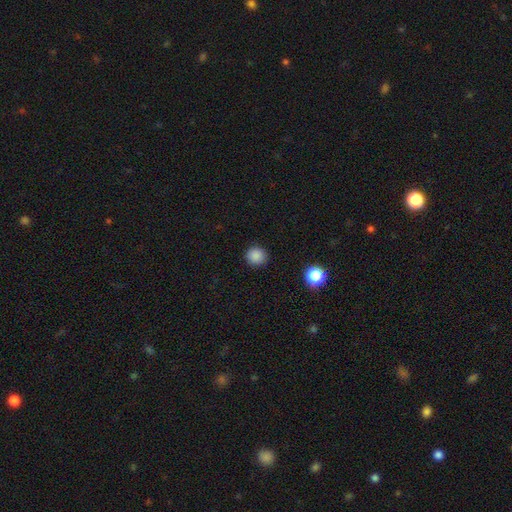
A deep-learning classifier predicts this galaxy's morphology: Overall: smooth (86%). How rounded: round (92%). Merging: none (91%).